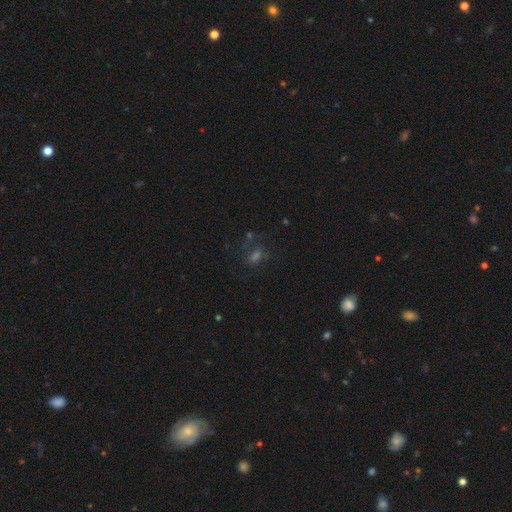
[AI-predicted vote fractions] The model was most divided on "smooth or featured": star or artifact: 39%, smooth: 36%, featured or disk: 25%.